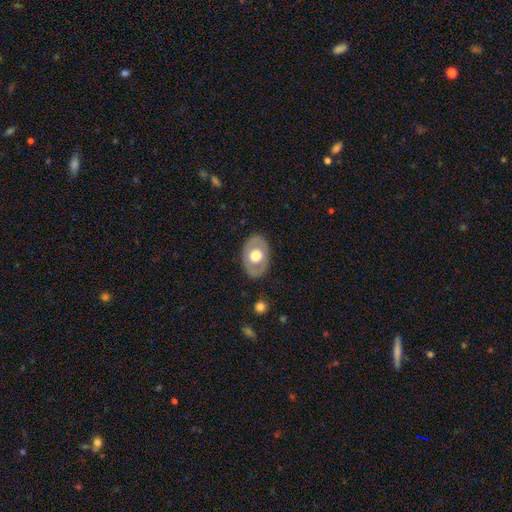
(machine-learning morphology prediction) Smooth or featured?
  - featured or disk: 48% *
  - smooth: 46%
  - star or artifact: 6%
Merging?
  - none: 83% *
  - minor disturbance: 12%
  - major disturbance: 4%
  - merger: 1%